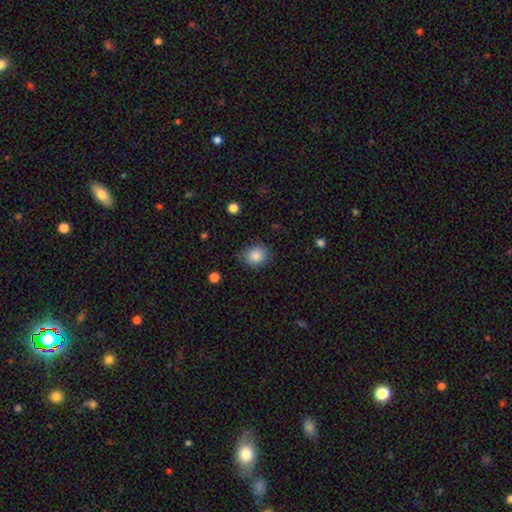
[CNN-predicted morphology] Overall: smooth (86%). How rounded: round (68%; in between 31%). Merging: none (78%).